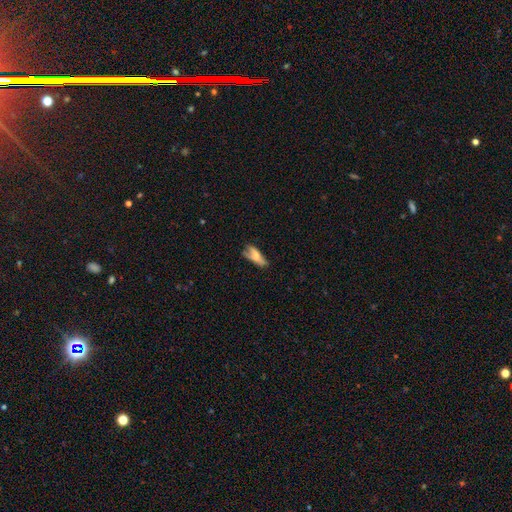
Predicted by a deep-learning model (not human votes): smooth 58%, featured or disk 32%, star or artifact 9%. Down the decision tree: how rounded — in between (61%); merging — none (37%).